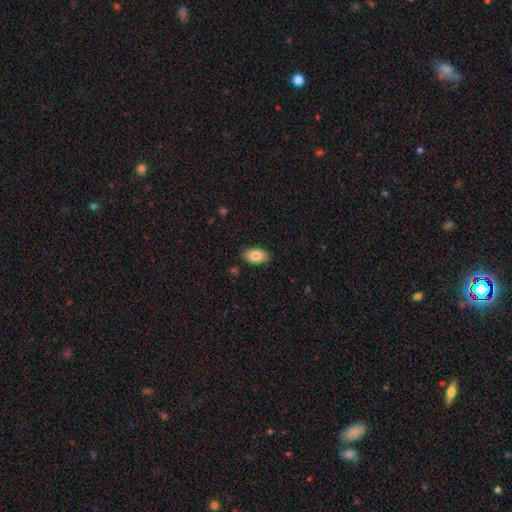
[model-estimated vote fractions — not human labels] This appears to be a smooth galaxy with no disk features (85%) that is in between round and cigar-shaped (92%). Merging: none (86%).